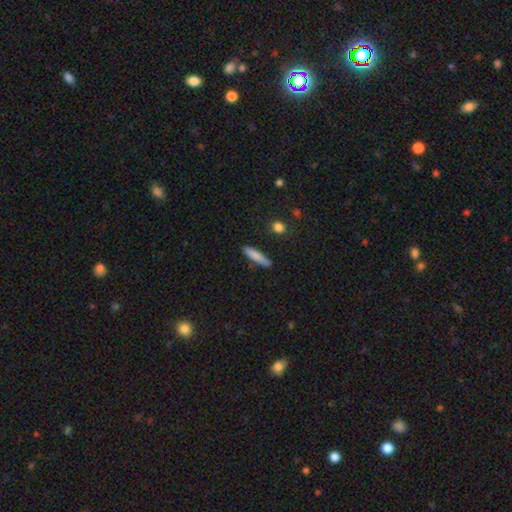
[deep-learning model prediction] Morphology: type=smooth (81%); roundness=cigar-shaped (85%); merging=none (86%).